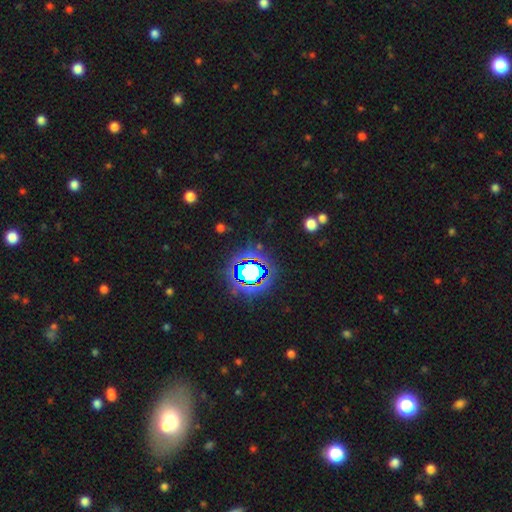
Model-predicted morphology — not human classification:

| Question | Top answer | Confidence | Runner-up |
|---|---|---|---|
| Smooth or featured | star or artifact | 70% | smooth (19%) |